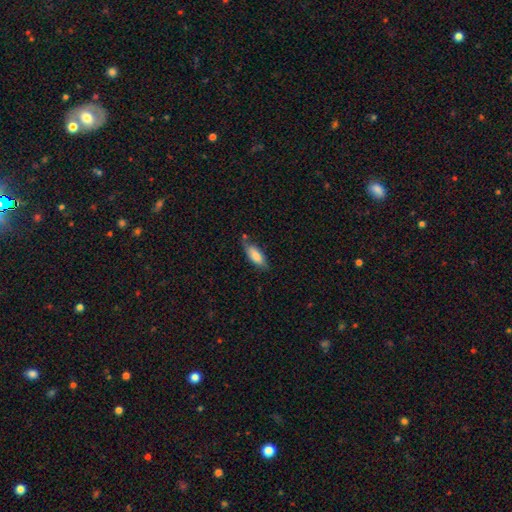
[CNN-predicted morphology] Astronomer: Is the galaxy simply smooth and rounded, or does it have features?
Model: smooth — 79%.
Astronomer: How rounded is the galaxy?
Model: in between — 71%.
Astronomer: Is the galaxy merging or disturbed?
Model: none — 63%.